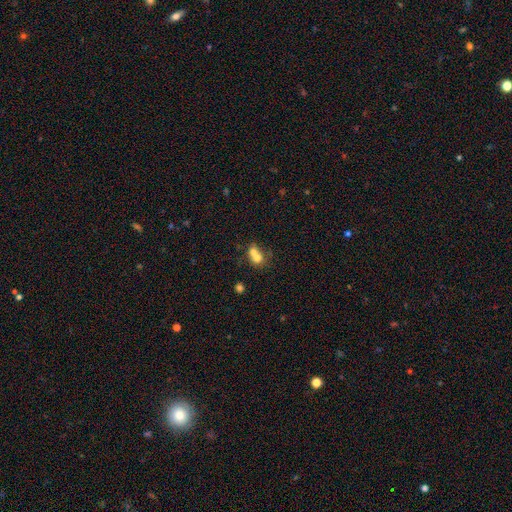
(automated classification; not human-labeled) Morphology: type=smooth (67%); roundness=round (68%); merging=merger (67%).